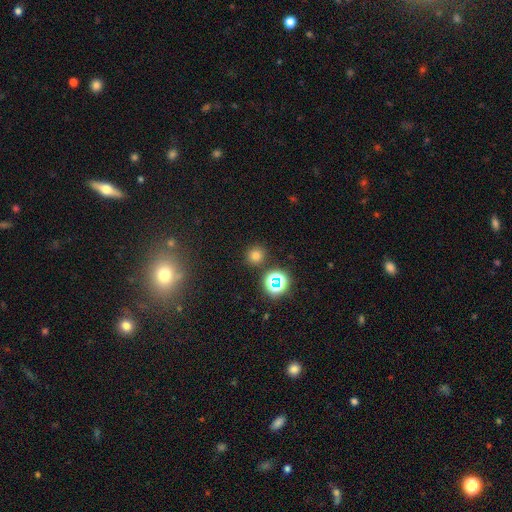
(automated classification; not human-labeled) The model was most divided on "smooth or featured": smooth: 71%, star or artifact: 23%, featured or disk: 6%. More confident: how rounded — round (92%); merging — none (87%).